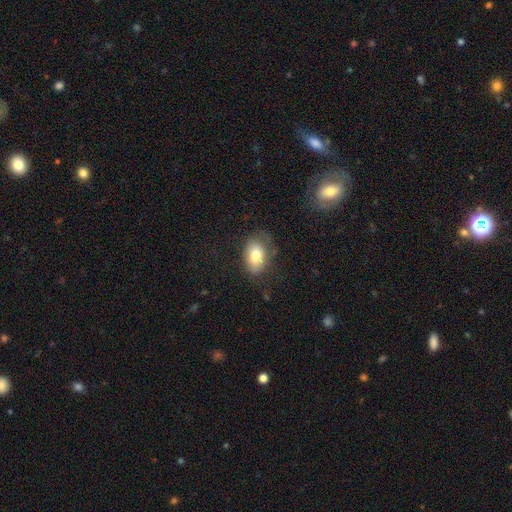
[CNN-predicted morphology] smooth_or_featured: smooth (p=0.77) [alt: featured or disk p=0.15]
how_rounded: in between (p=0.87) [alt: round p=0.12]
merging: none (p=0.60) [alt: minor disturbance p=0.26]